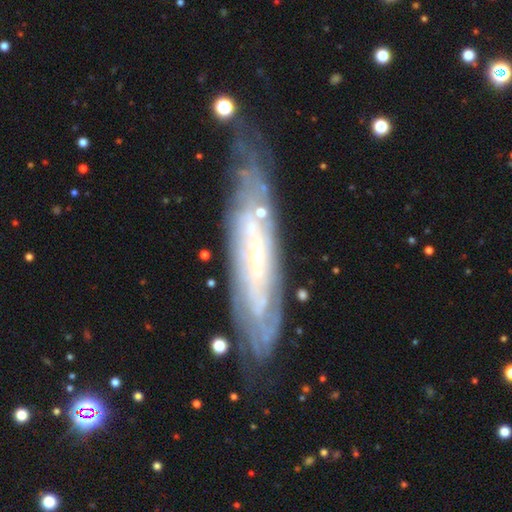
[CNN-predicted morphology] Q: Smooth or featured?
A: featured or disk (78%); runner-up: smooth (15%)
Q: Edge-on disk?
A: no (68%); runner-up: yes (32%)
Q: Bar?
A: no (56%); runner-up: weak (30%)
Q: Spiral arms?
A: yes (87%); runner-up: no (13%)
Q: Bulge size?
A: small (78%); runner-up: moderate (15%)
Q: Merging?
A: none (70%); runner-up: minor disturbance (21%)